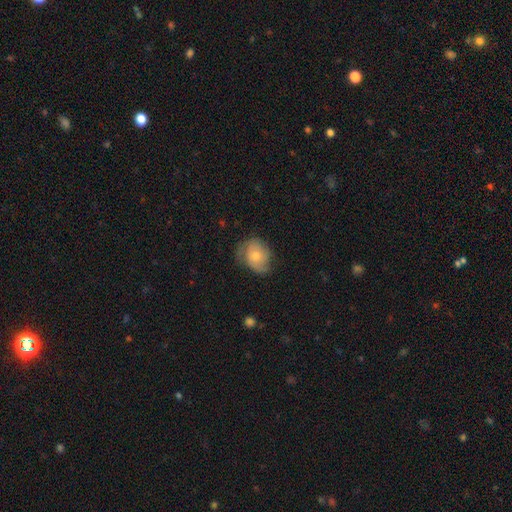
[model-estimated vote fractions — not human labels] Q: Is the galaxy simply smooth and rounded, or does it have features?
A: smooth — 47%.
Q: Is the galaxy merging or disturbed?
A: none — 53%.